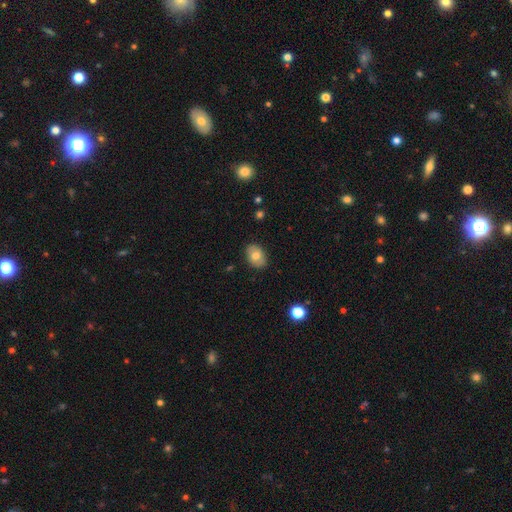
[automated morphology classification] Smooth or featured? smooth (74%)
How rounded? in between (79%)
Merging? none (86%)